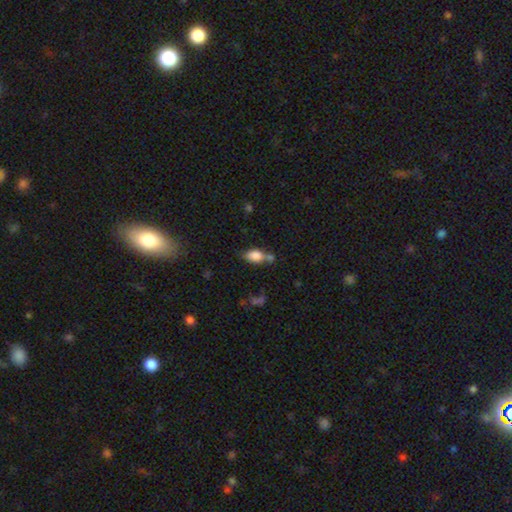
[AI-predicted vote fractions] Morphology: type=smooth (82%); roundness=in between (85%); merging=none (44%).